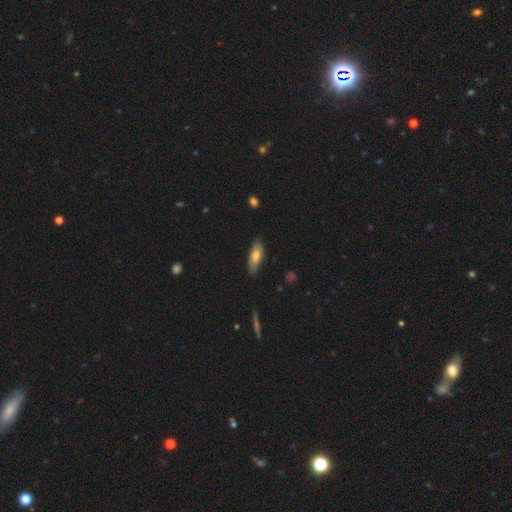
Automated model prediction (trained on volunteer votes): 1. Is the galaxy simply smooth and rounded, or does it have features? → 71% smooth, 22% featured or disk, 6% star or artifact.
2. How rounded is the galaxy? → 68% in between, 30% cigar-shaped, 2% round.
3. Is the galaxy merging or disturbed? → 82% none, 15% minor disturbance, 2% major disturbance, 1% merger.